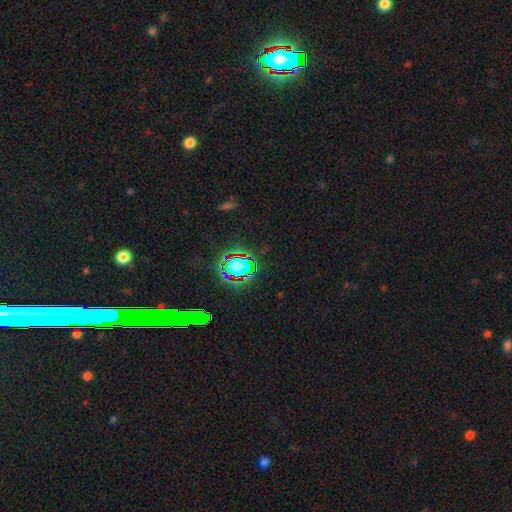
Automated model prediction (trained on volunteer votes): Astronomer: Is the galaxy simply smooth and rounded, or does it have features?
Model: star or artifact — 76%.